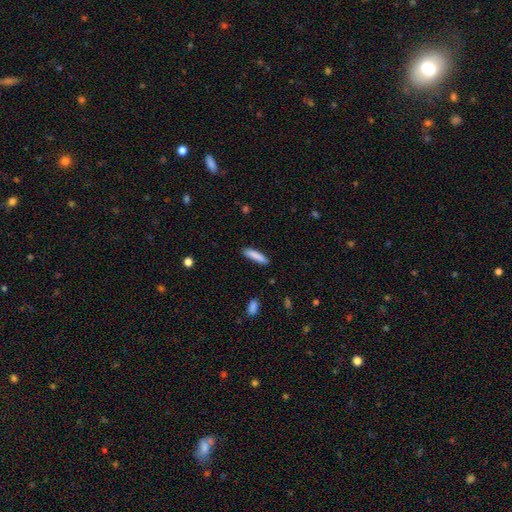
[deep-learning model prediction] Overall: smooth (86%). How rounded: cigar-shaped (81%). Merging: none (87%).